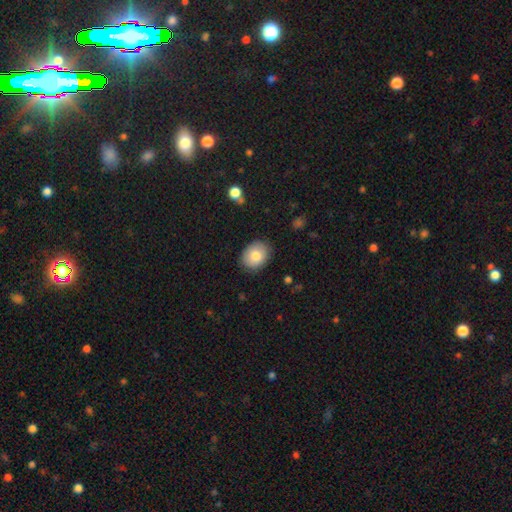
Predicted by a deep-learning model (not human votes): Smooth or featured: smooth — 81% (featured or disk — 12%)
How rounded: in between — 57% (round — 42%)
Merging: none — 84% (minor disturbance — 12%)